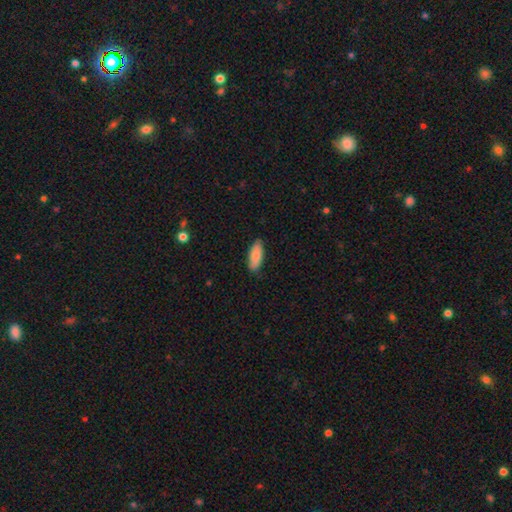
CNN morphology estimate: Smooth or featured? Predicted: smooth (p=0.85). How rounded? Predicted: in between (p=0.77). Merging? Predicted: none (p=0.84).